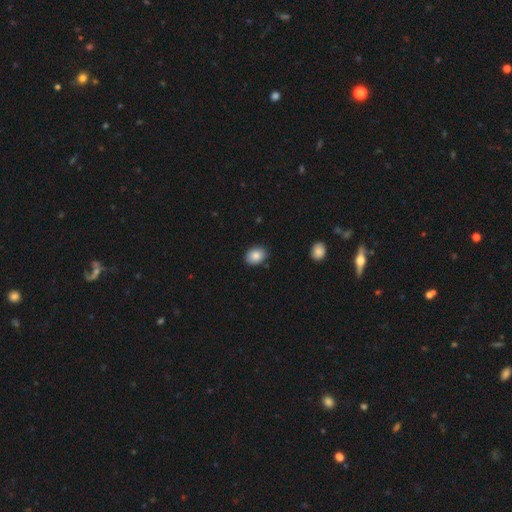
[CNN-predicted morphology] Q: Smooth or featured?
A: smooth (86%); runner-up: star or artifact (8%)
Q: How rounded?
A: in between (64%); runner-up: round (35%)
Q: Merging?
A: none (87%); runner-up: minor disturbance (10%)